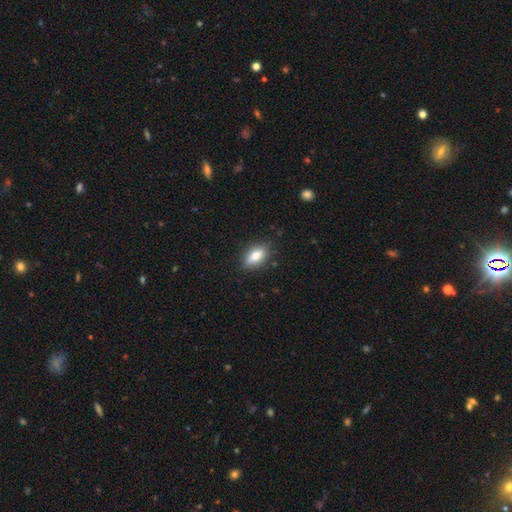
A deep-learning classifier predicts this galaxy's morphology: Q: Smooth or featured?
A: smooth (72%); runner-up: featured or disk (20%)
Q: How rounded?
A: in between (81%); runner-up: cigar-shaped (11%)
Q: Merging?
A: none (82%); runner-up: minor disturbance (14%)